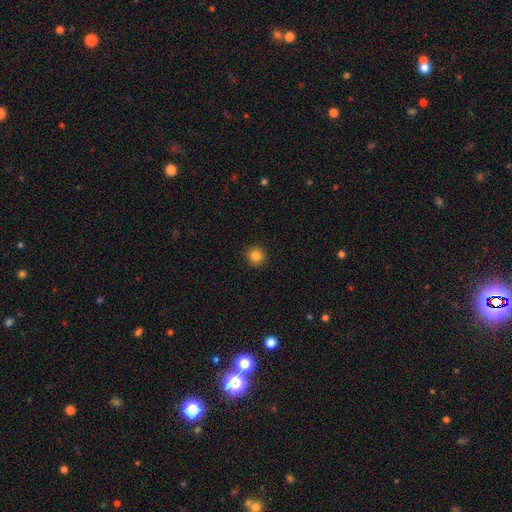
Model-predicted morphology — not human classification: Overall: smooth (84%). How rounded: round (94%). Merging: none (92%).